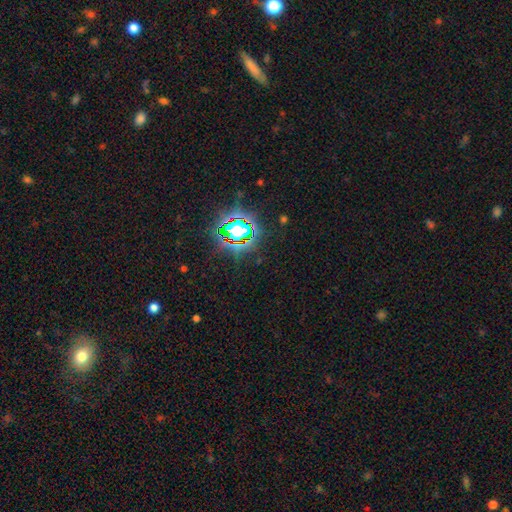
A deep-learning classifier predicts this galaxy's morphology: Smooth or featured: star or artifact — 80% (smooth — 12%)